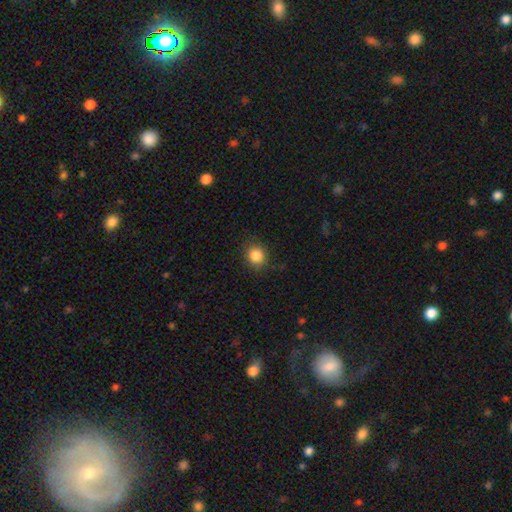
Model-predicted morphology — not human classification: smooth-or-featured: smooth: 85% | star or artifact: 10% | featured or disk: 4%
  how-rounded: round: 83% | in between: 16% | cigar-shaped: 1%
  merging: none: 86% | minor disturbance: 10% | major disturbance: 3% | merger: 1%